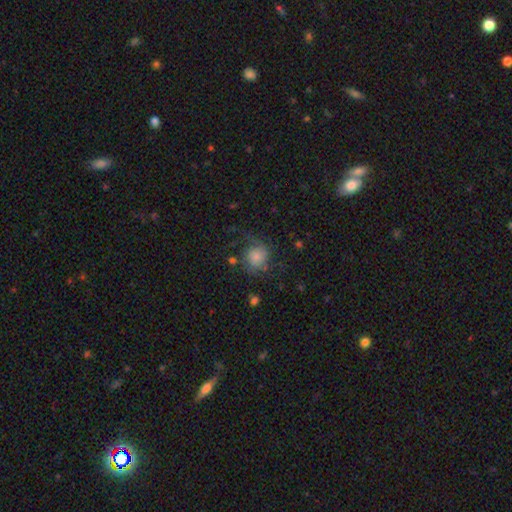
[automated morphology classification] smooth-or-featured: smooth: 54% | featured or disk: 33% | star or artifact: 13%
  how-rounded: round: 77% | in between: 22% | cigar-shaped: 1%
  merging: none: 53% | major disturbance: 22% | minor disturbance: 22% | merger: 3%